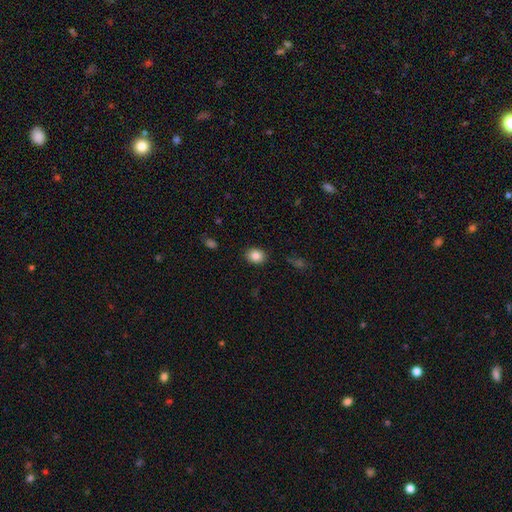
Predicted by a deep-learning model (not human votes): This appears to be a smooth galaxy with no disk features (86%) that is in between round and cigar-shaped (51%). Merging: none (88%).